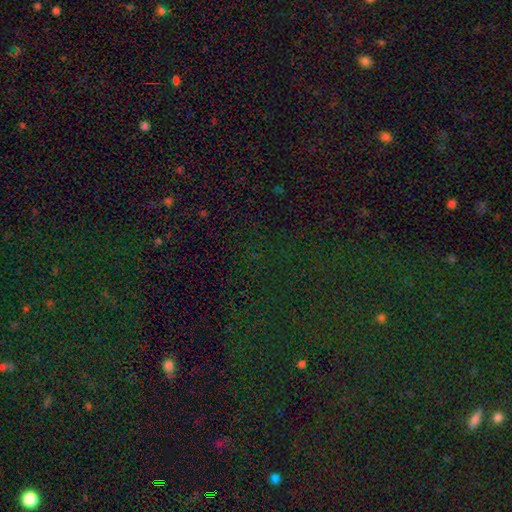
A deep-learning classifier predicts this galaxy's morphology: This is clearly a star or artifact rather than a galaxy (81%).